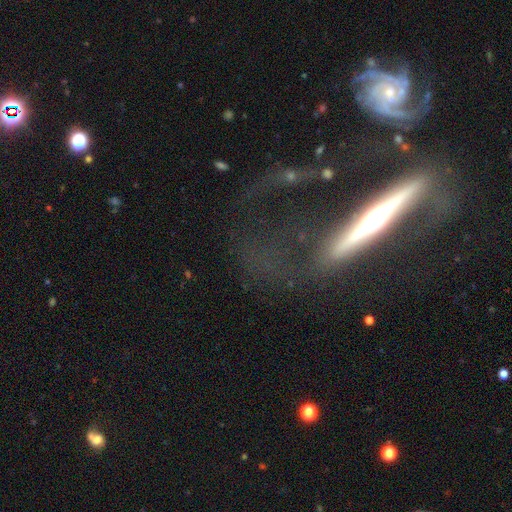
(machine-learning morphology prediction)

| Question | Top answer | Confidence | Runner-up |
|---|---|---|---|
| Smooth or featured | featured or disk | 69% | smooth (20%) |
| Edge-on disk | yes | 75% | no (25%) |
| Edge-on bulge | rounded | 76% | none (15%) |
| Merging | none | 44% | major disturbance (30%) |